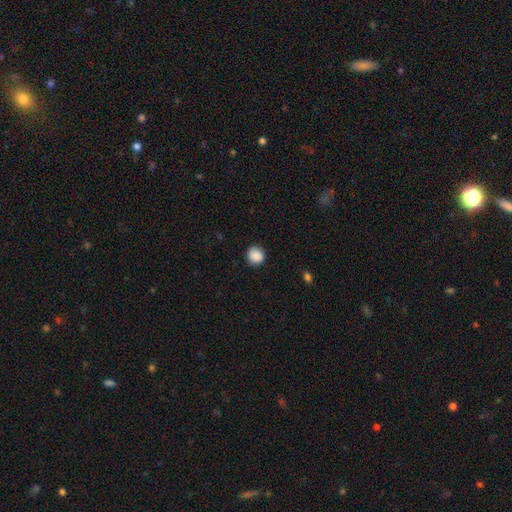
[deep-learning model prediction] This is clearly a smooth galaxy (89%). How rounded: clearly round (87%). Merging: clearly none (88%).